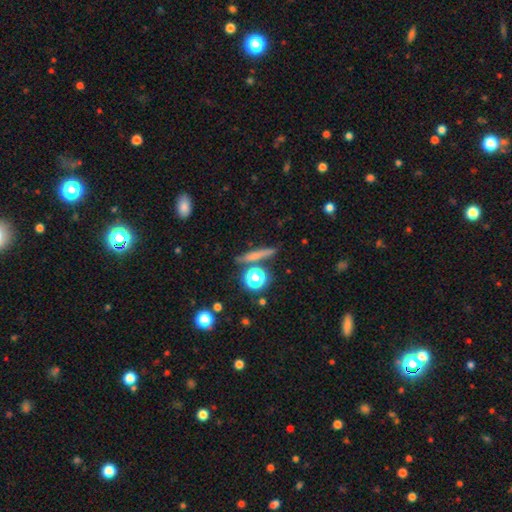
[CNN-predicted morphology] smooth-or-featured: smooth: 59% | featured or disk: 25% | star or artifact: 15%
  how-rounded: cigar-shaped: 70% | round: 20% | in between: 10%
  merging: none: 78% | minor disturbance: 11% | merger: 7% | major disturbance: 4%